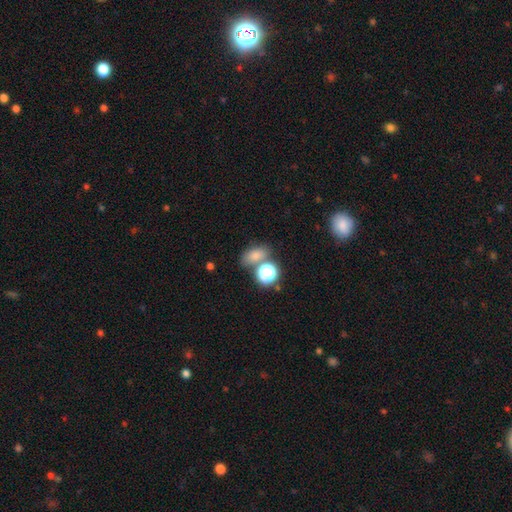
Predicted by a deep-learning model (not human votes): smooth_or_featured: smooth (p=0.73) [alt: star or artifact p=0.18]
how_rounded: in between (p=0.73) [alt: round p=0.25]
merging: none (p=0.60) [alt: merger p=0.22]